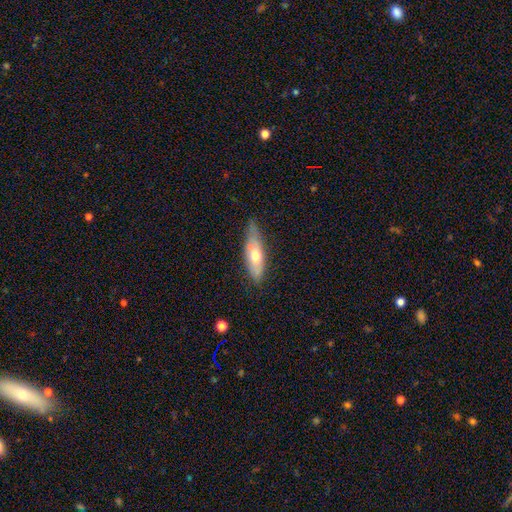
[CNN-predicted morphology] The model was most divided on "smooth or featured": smooth: 52%, featured or disk: 42%, star or artifact: 6%. More confident: merging — none (59%); how rounded — in between (57%).